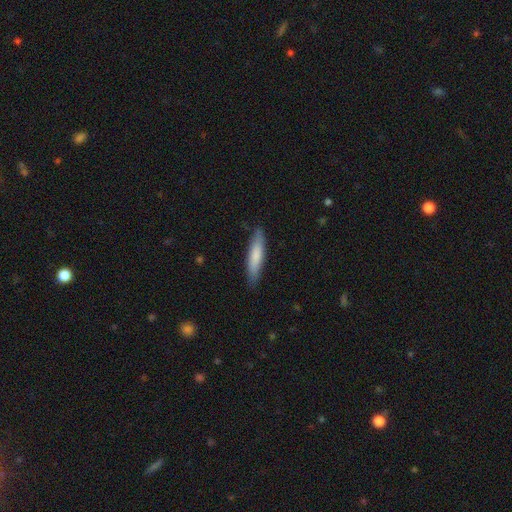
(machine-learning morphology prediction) A smooth galaxy with no disk features (77%) that is cigar-shaped (81%). Merging: none (85%).